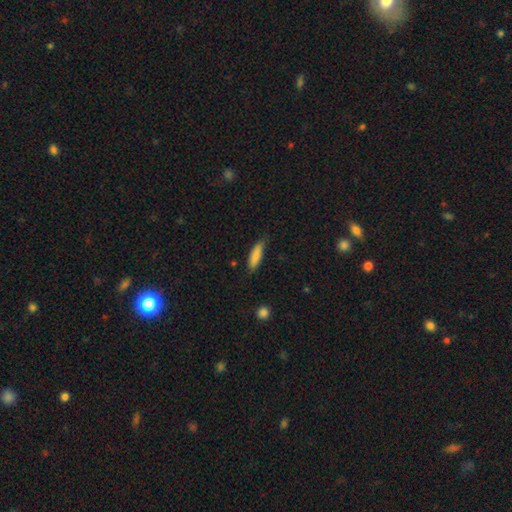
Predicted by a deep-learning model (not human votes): A smooth galaxy with no disk features (85%) that is cigar-shaped (58%). Merging: none (71%).